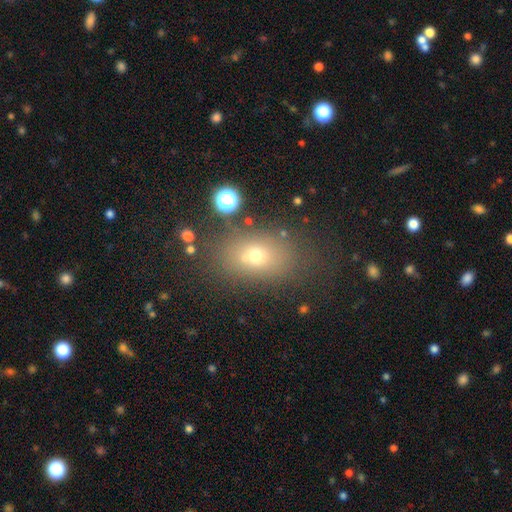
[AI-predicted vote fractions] Smooth or featured? smooth (65%)
How rounded? in between (75%)
Merging? none (79%)